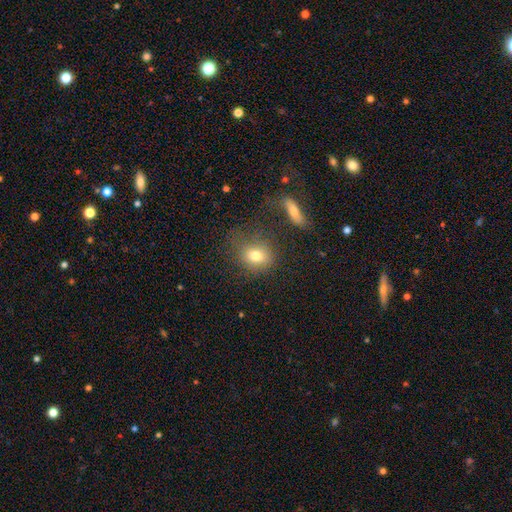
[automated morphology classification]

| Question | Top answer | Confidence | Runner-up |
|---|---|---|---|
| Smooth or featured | smooth | 77% | star or artifact (12%) |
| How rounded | round | 60% | in between (38%) |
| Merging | none | 64% | minor disturbance (16%) |